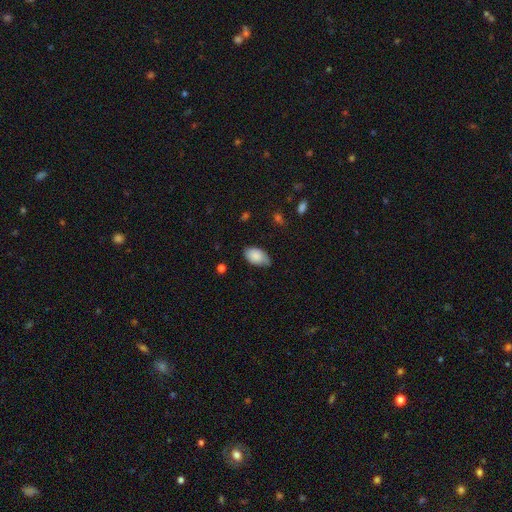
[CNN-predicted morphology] Overall: smooth (84%). How rounded: in between (93%). Merging: none (61%; minor disturbance 31%).